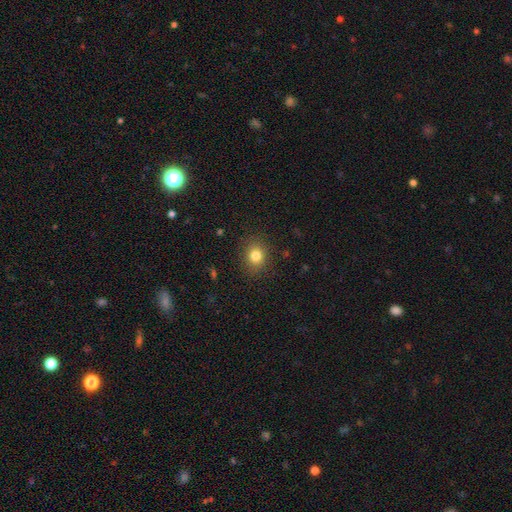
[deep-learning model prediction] Smooth or featured: smooth — 81% (star or artifact — 12%)
How rounded: round — 70% (in between — 29%)
Merging: none — 88% (minor disturbance — 8%)